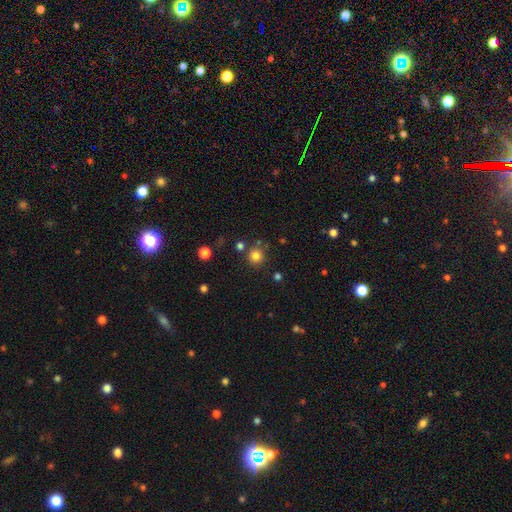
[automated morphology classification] This appears to be a smooth galaxy with no disk features (81%) that is round (93%). Merging: none (80%).